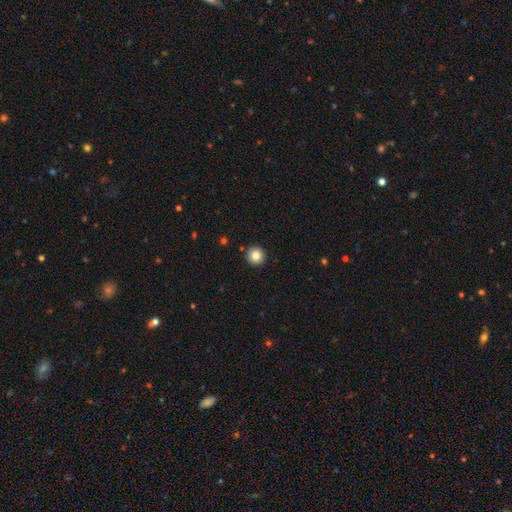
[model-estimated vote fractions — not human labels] This appears to be a smooth galaxy with no disk features (84%) that is round (96%). Merging: none (92%).